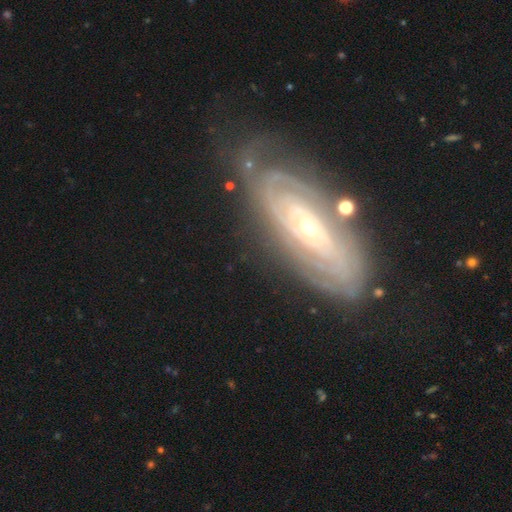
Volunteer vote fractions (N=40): A featured or disk galaxy (95%) with no bar (73%), tight (61%) spiral arms (97%) and a small central bulge (59%). Merging: none (68%).